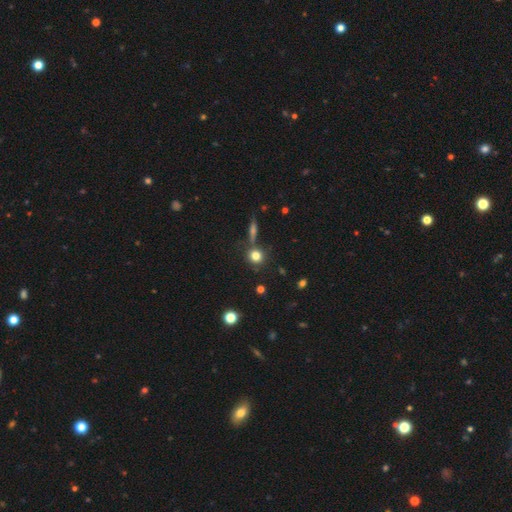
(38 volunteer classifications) Smooth or featured?
  - smooth: 84% *
  - featured or disk: 11%
  - star or artifact: 5%
How rounded?
  - round: 97% *
  - cigar-shaped: 3%
  - in between: 0%
Merging?
  - none: 78% *
  - merger: 11%
  - minor disturbance: 8%
  - major disturbance: 3%